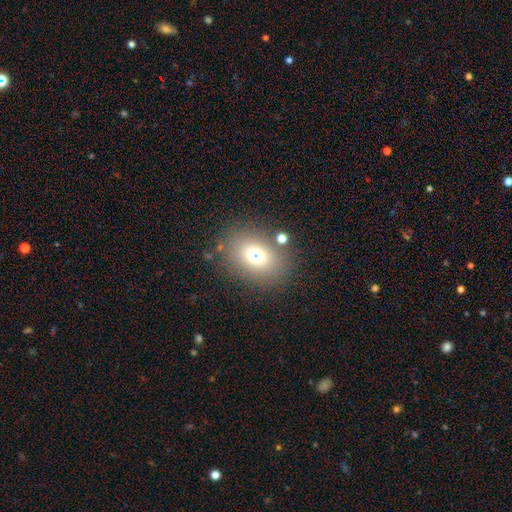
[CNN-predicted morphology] The model was most divided on "how rounded": in between: 53%, round: 46%, cigar-shaped: 1%. More confident: merging — none (75%); smooth or featured — smooth (68%).